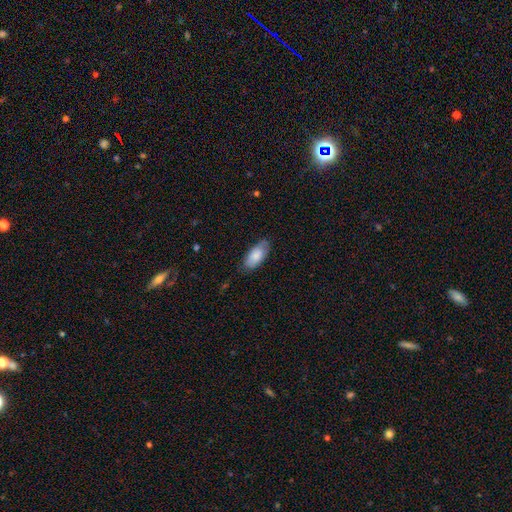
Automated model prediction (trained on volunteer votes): Morphology: type=smooth (82%); roundness=in between (89%); merging=none (76%).